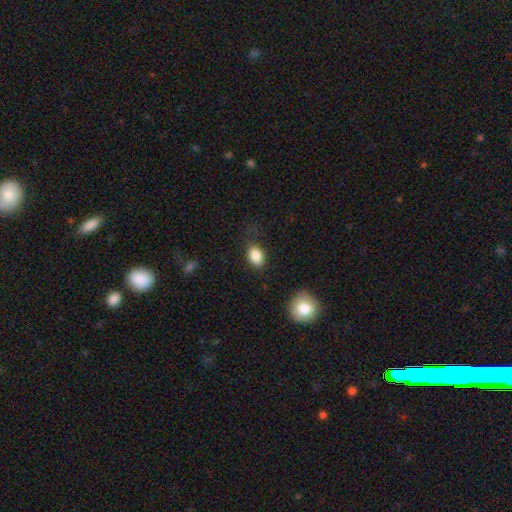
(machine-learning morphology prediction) Overall: smooth (86%). How rounded: in between (77%). Merging: none (77%).